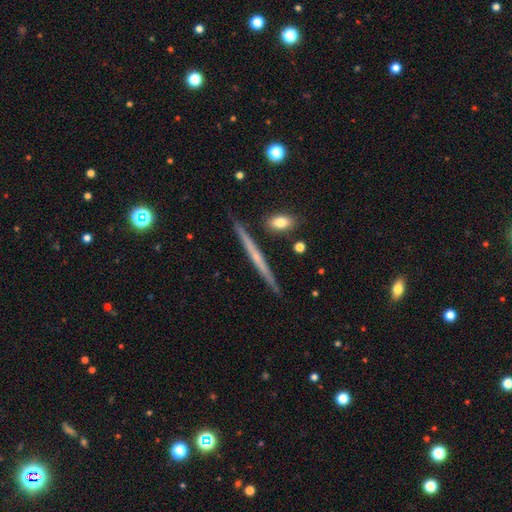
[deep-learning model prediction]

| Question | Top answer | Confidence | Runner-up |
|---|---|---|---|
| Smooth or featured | featured or disk | 62% | smooth (32%) |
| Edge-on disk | yes | 97% | no (3%) |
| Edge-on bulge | none | 74% | rounded (21%) |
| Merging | none | 89% | minor disturbance (7%) |